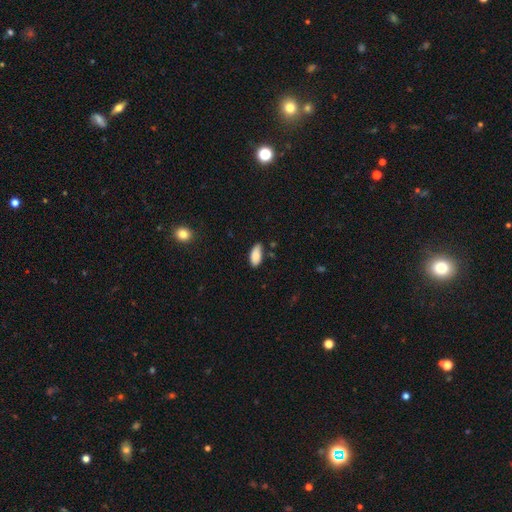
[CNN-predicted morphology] Q: Smooth or featured?
A: smooth (88%); runner-up: star or artifact (7%)
Q: How rounded?
A: in between (91%); runner-up: cigar-shaped (7%)
Q: Merging?
A: none (72%); runner-up: minor disturbance (21%)